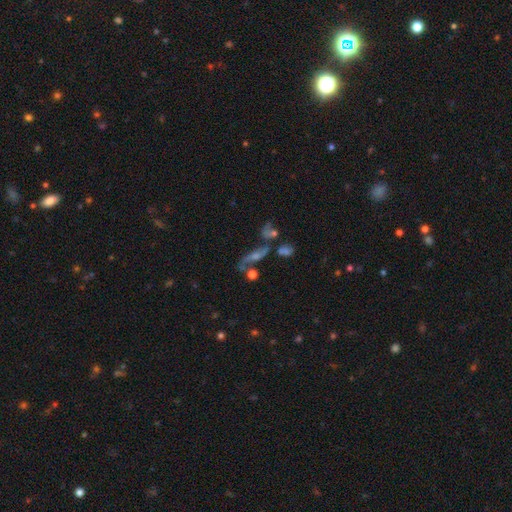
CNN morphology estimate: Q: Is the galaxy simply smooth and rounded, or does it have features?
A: featured or disk — 61%.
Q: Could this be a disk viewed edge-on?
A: no — 77%.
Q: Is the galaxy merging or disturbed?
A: none — 45%.